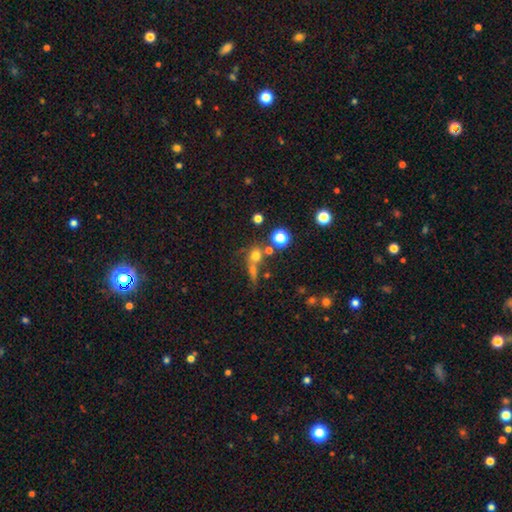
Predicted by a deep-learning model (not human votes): Q: Smooth or featured?
A: smooth (62%); runner-up: star or artifact (23%)
Q: How rounded?
A: round (76%); runner-up: in between (19%)
Q: Merging?
A: none (47%); runner-up: merger (32%)